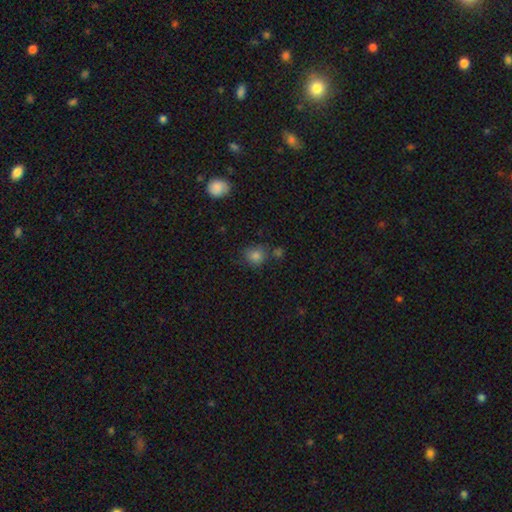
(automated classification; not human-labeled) smooth-or-featured: smooth: 80% | star or artifact: 14% | featured or disk: 6%
  how-rounded: round: 84% | in between: 15% | cigar-shaped: 1%
  merging: none: 73% | minor disturbance: 13% | merger: 10% | major disturbance: 4%